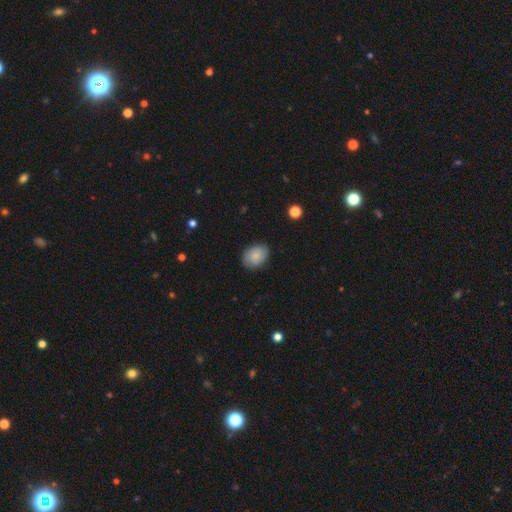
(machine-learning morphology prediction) smooth-or-featured: smooth: 84% | featured or disk: 9% | star or artifact: 7%
  how-rounded: in between: 62% | round: 37% | cigar-shaped: 1%
  merging: none: 83% | minor disturbance: 13% | major disturbance: 3% | merger: 1%